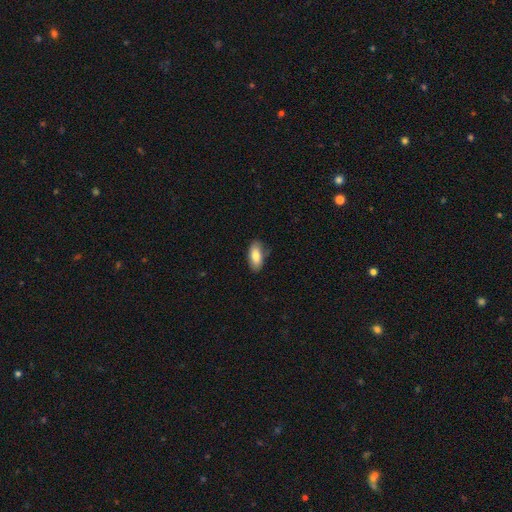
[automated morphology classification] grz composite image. It shows a smooth galaxy with no disk features (83%) that is in between round and cigar-shaped (89%). Merging: none (78%).